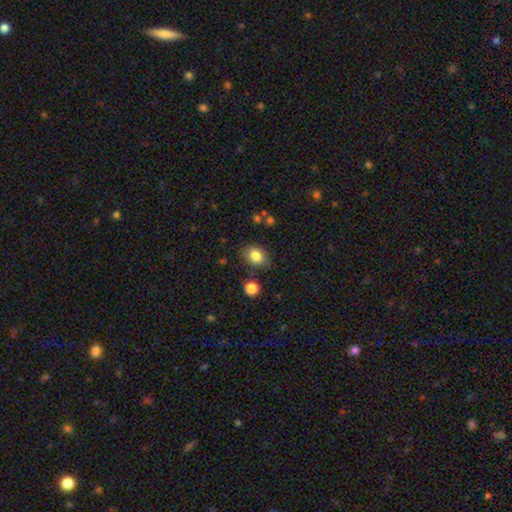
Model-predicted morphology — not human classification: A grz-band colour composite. It shows a smooth galaxy with no disk features (84%) that is in between round and cigar-shaped (60%). Merging: none (78%).